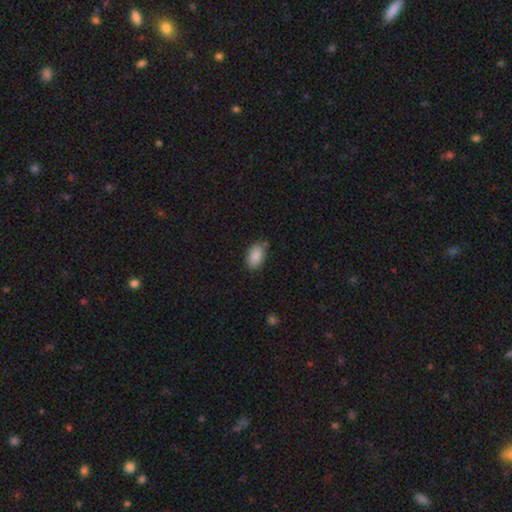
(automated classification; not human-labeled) A smooth galaxy with no disk features (89%) that is in between round and cigar-shaped (92%). Merging: none (75%).